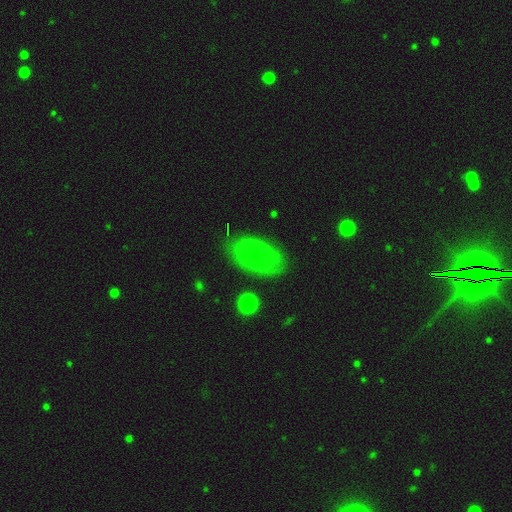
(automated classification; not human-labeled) smooth_or_featured: smooth (p=0.57) [alt: featured or disk p=0.33]
how_rounded: in between (p=0.89) [alt: round p=0.09]
merging: none (p=0.79) [alt: minor disturbance p=0.15]